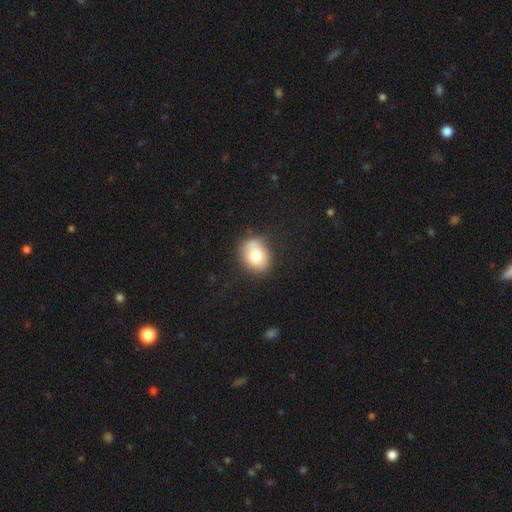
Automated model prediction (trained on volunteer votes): This is likely a smooth galaxy (75%). How rounded: possibly in between (50%). Merging: likely none (67%).